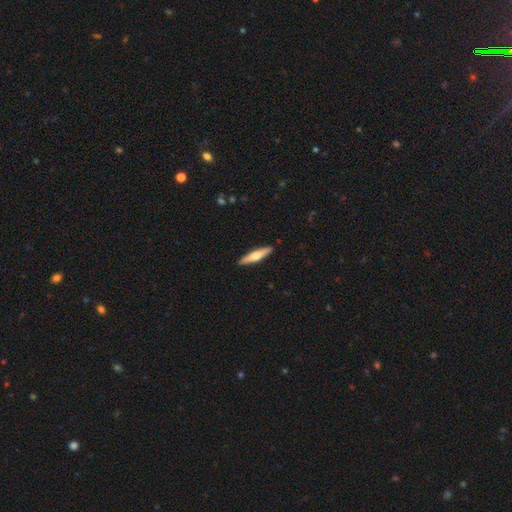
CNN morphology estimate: Smooth or featured? smooth (49%)
Merging? none (91%)